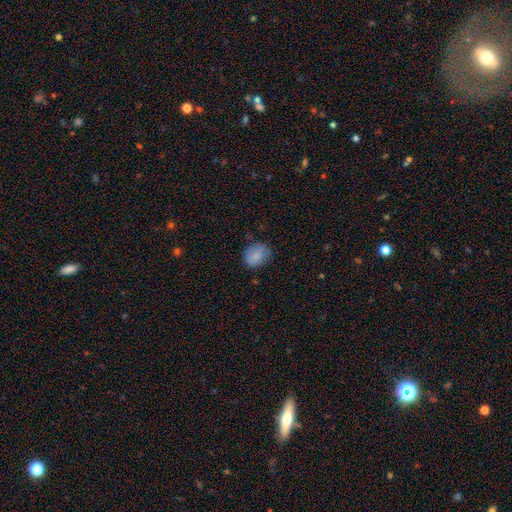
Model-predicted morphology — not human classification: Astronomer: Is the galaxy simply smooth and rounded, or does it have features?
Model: smooth — 83%.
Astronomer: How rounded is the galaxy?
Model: in between — 55% (runner-up: round, 44%).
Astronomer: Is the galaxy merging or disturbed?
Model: none — 70%.